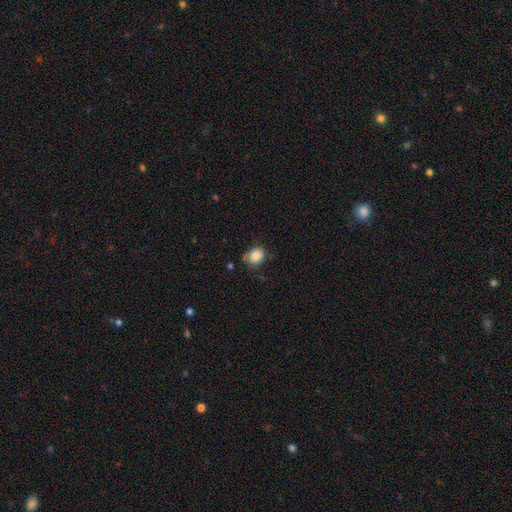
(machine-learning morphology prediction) This appears to be a smooth galaxy with no disk features (82%) that is round (64%). Merging: none (65%).